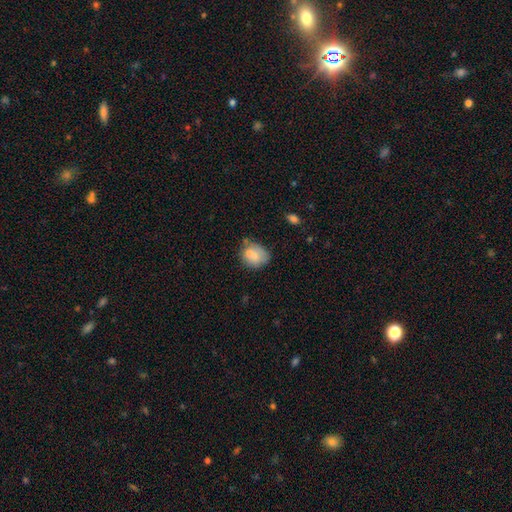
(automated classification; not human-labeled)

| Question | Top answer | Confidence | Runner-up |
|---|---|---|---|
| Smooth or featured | smooth | 74% | featured or disk (18%) |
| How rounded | round | 59% | in between (40%) |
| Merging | none | 49% | minor disturbance (24%) |